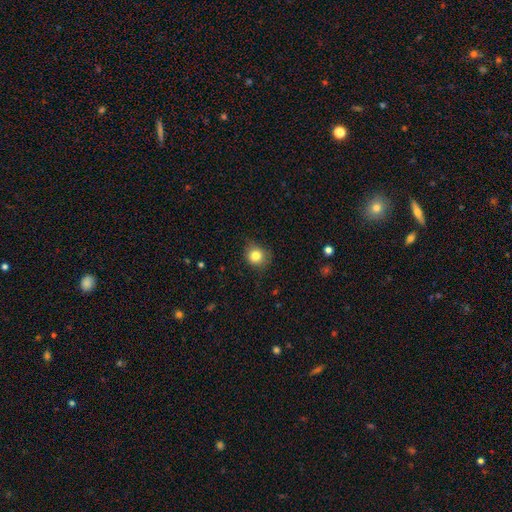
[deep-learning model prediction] Smooth or featured: smooth — 82% (star or artifact — 11%)
How rounded: round — 80% (in between — 20%)
Merging: none — 72% (minor disturbance — 22%)